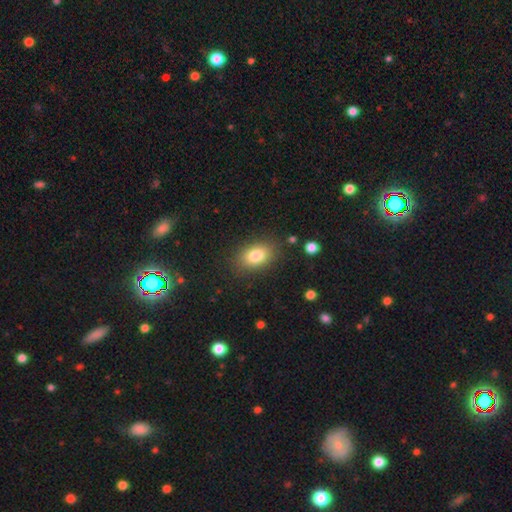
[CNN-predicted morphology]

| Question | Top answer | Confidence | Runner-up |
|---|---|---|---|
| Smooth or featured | smooth | 82% | star or artifact (9%) |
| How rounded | in between | 84% | round (15%) |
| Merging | none | 84% | minor disturbance (11%) |